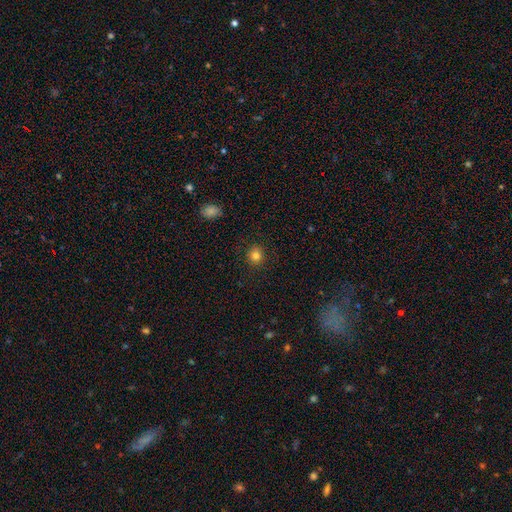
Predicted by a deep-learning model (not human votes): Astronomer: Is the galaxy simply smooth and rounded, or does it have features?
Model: smooth — 81%.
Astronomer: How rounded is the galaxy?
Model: round — 90%.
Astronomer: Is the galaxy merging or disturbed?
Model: none — 91%.